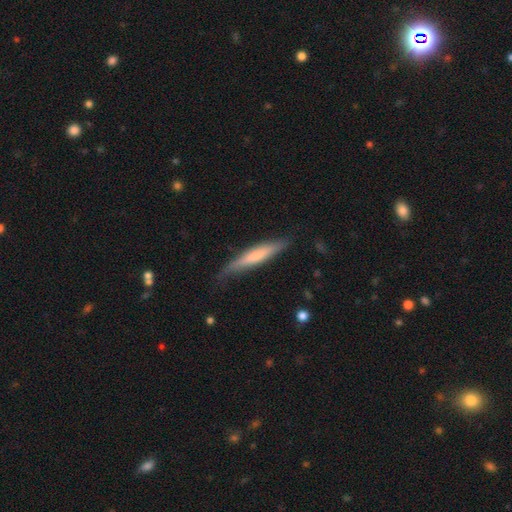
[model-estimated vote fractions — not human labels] Smooth or featured?
  - smooth: 57% *
  - featured or disk: 37%
  - star or artifact: 5%
How rounded?
  - cigar-shaped: 92% *
  - in between: 7%
  - round: 1%
Merging?
  - none: 75% *
  - minor disturbance: 20%
  - major disturbance: 4%
  - merger: 1%